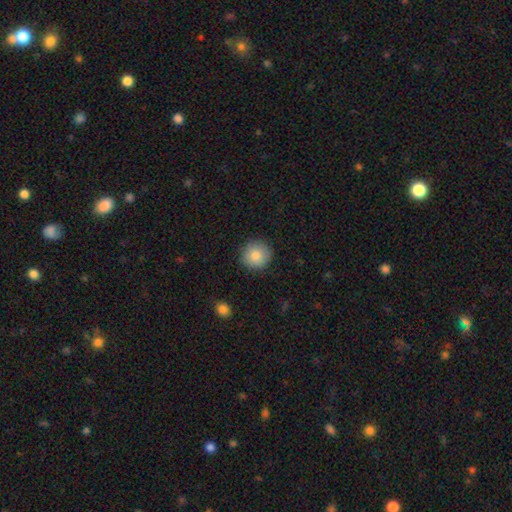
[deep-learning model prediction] Overall: smooth (86%). How rounded: round (94%). Merging: none (90%).